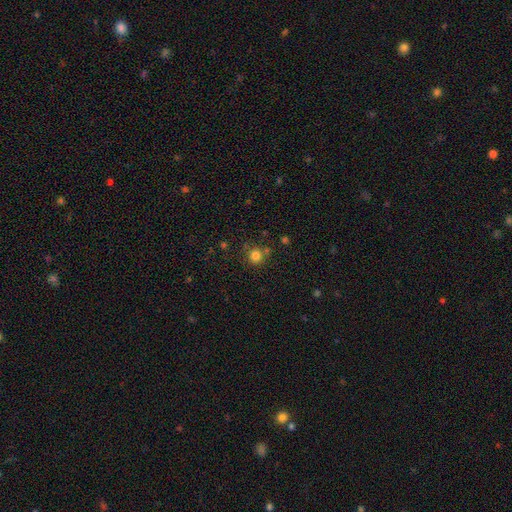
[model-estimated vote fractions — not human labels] Smooth or featured? smooth (81%)
How rounded? round (91%)
Merging? none (75%)